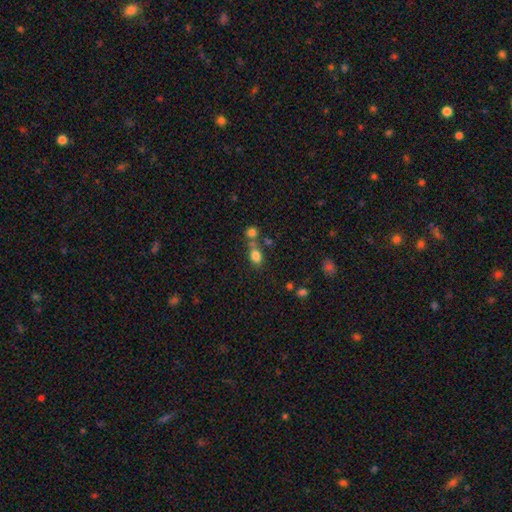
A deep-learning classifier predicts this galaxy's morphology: The model was most divided on "merging": none: 49%, merger: 33%, minor disturbance: 13%, major disturbance: 6%. More confident: smooth or featured — smooth (80%); how rounded — in between (68%).